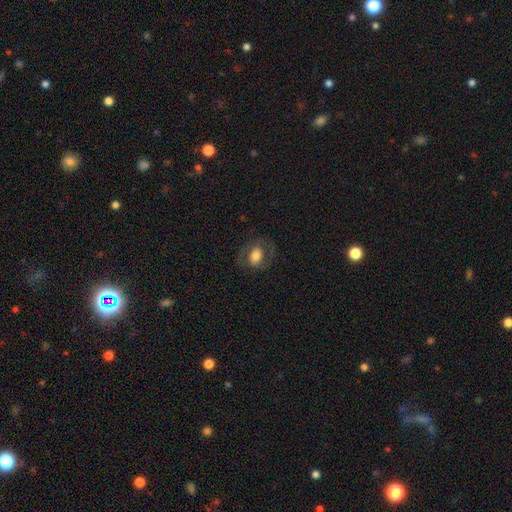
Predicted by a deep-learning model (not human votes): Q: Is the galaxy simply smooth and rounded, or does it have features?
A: smooth — 58%.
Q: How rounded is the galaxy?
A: in between — 63%.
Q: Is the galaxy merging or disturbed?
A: none — 71%.